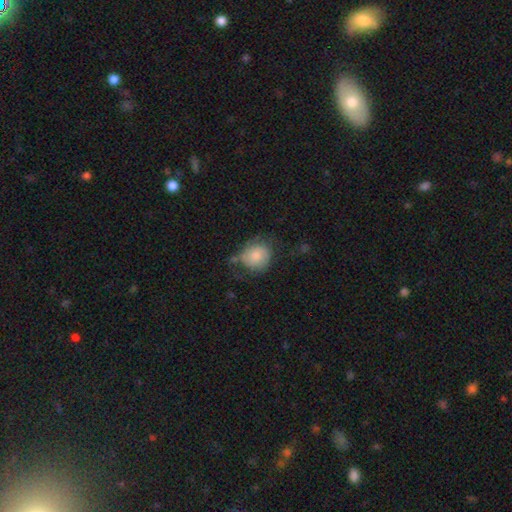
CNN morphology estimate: Smooth or featured: smooth — 75% (featured or disk — 17%)
How rounded: round — 77% (in between — 22%)
Merging: none — 45% (minor disturbance — 32%)